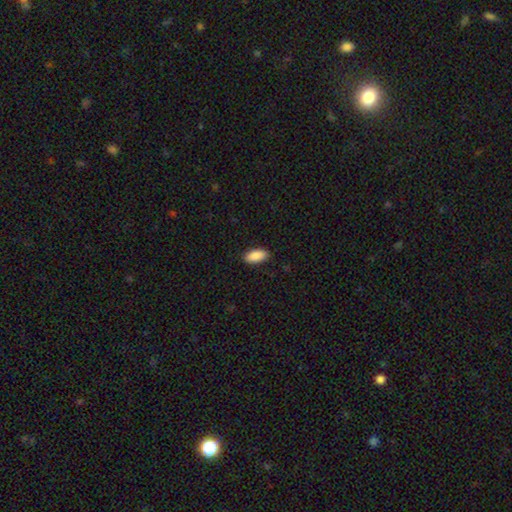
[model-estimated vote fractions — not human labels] Q: Smooth or featured?
A: smooth (90%); runner-up: star or artifact (6%)
Q: How rounded?
A: in between (91%); runner-up: cigar-shaped (6%)
Q: Merging?
A: none (89%); runner-up: minor disturbance (9%)